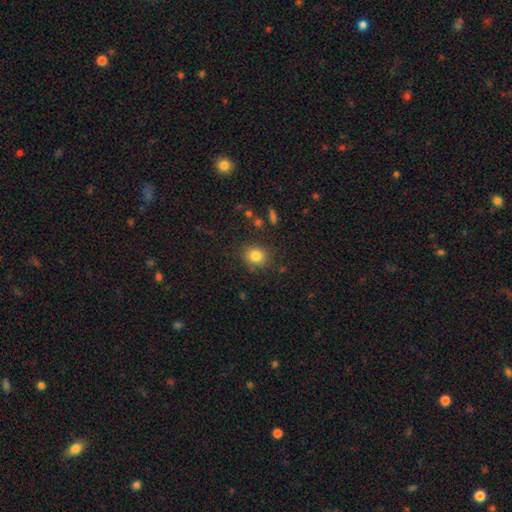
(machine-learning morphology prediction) smooth-or-featured: smooth: 82% | star or artifact: 11% | featured or disk: 7%
  how-rounded: round: 76% | in between: 23% | cigar-shaped: 1%
  merging: none: 85% | minor disturbance: 10% | major disturbance: 3% | merger: 2%